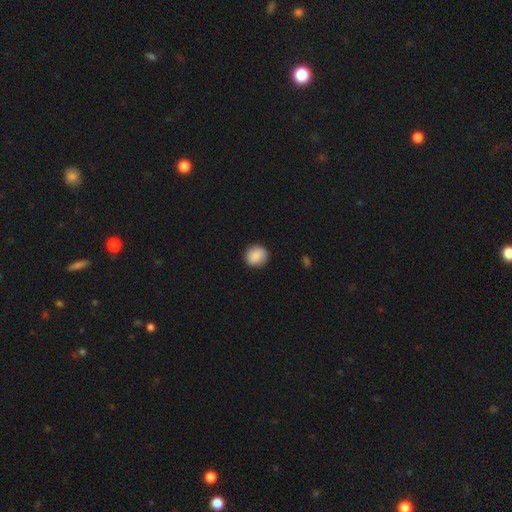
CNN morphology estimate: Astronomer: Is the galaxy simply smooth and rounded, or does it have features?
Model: smooth — 88%.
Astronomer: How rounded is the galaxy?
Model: round — 86%.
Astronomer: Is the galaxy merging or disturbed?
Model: none — 89%.